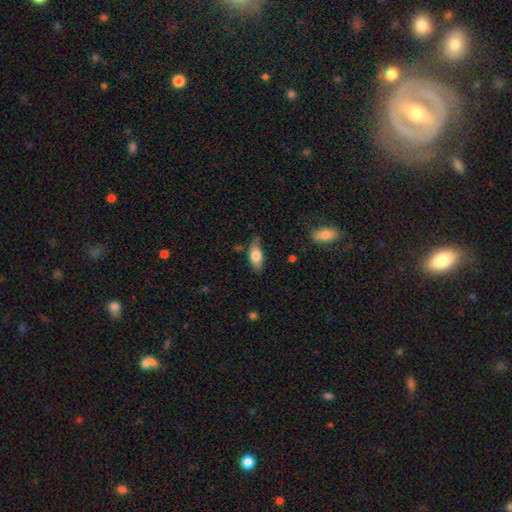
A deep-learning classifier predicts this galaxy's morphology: smooth 77%, featured or disk 17%, star or artifact 7%. Down the decision tree: how rounded — in between (84%); merging — none (68%).